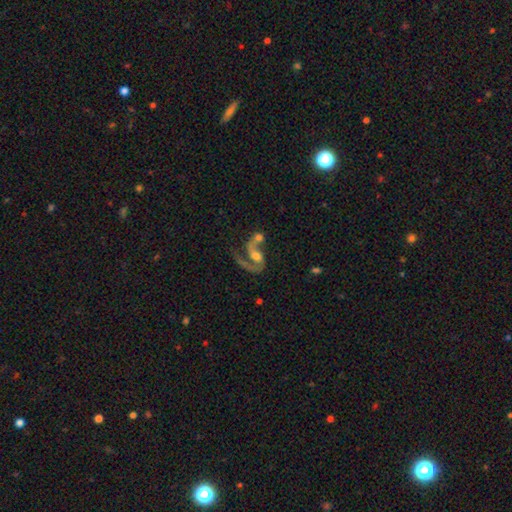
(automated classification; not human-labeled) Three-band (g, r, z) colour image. It shows a featured or disk galaxy (78%) with no bar (51%), 2 (50%) loose (57%) spiral arms (87%) and a moderate central bulge (50%). Merging: merger (49%).